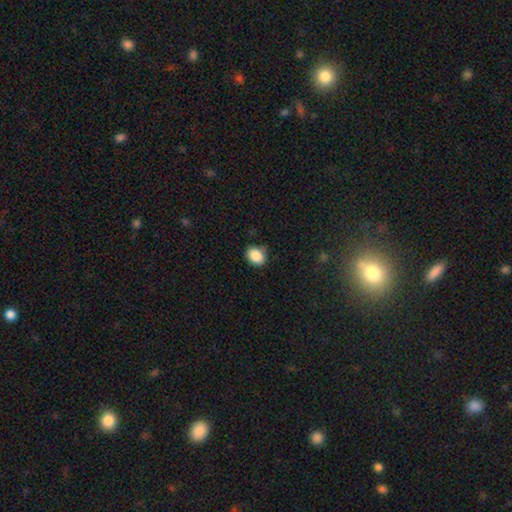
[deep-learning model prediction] smooth_or_featured: smooth (p=0.87) [alt: star or artifact p=0.09]
how_rounded: in between (p=0.54) [alt: round p=0.45]
merging: none (p=0.79) [alt: minor disturbance p=0.16]